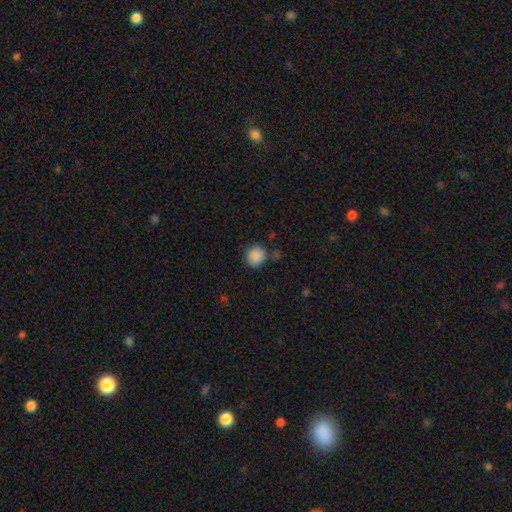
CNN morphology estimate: Smooth or featured? Predicted: smooth (p=0.88). How rounded? Predicted: round (p=0.88). Merging? Predicted: none (p=0.79).